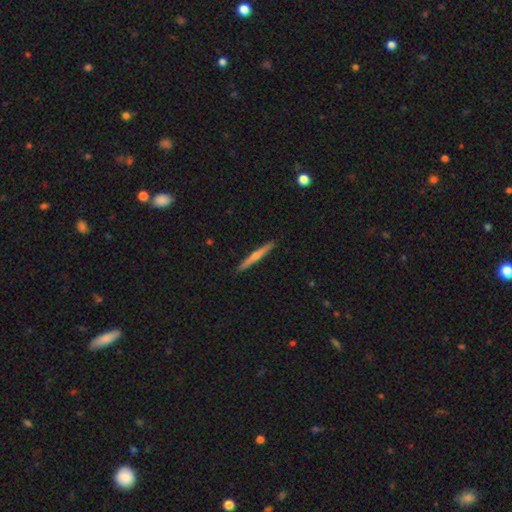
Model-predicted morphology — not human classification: Smooth or featured? featured or disk (59%)
Edge-on disk? yes (98%)
Edge-on bulge? rounded (70%)
Merging? none (92%)